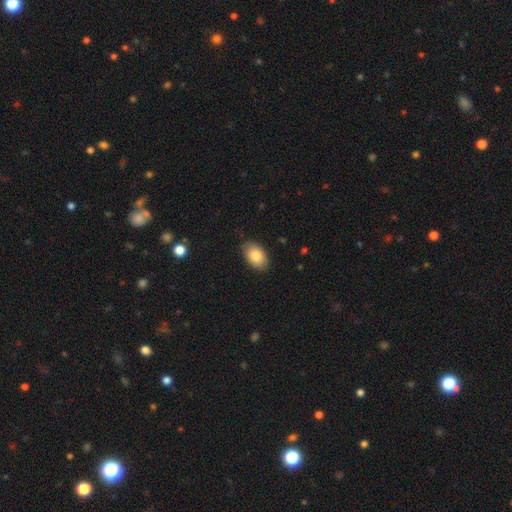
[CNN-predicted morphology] Smooth or featured: smooth — 83% (featured or disk — 10%)
How rounded: in between — 89% (round — 10%)
Merging: none — 82% (minor disturbance — 14%)